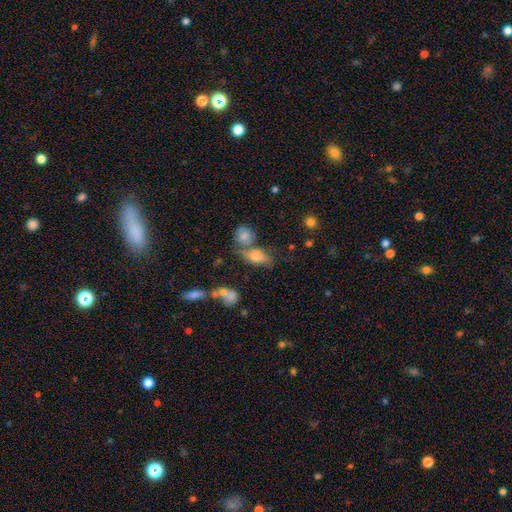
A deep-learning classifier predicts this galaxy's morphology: Smooth or featured: smooth — 68% (featured or disk — 17%)
How rounded: in between — 74% (round — 17%)
Merging: none — 44% (merger — 32%)